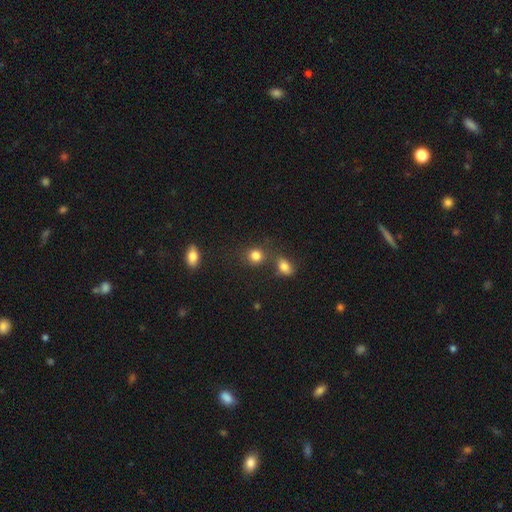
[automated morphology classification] Smooth or featured? smooth (82%)
How rounded? round (76%)
Merging? none (66%)